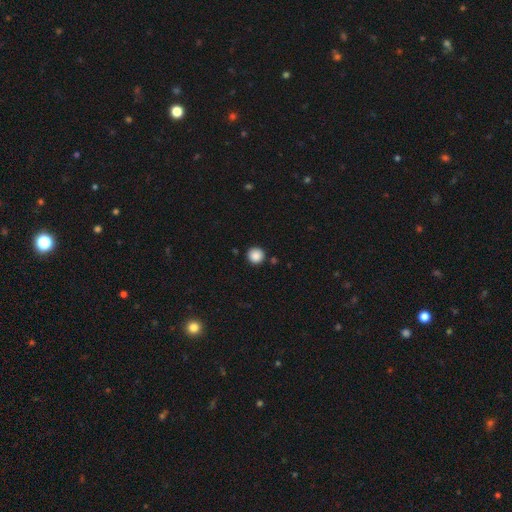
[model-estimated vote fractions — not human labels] smooth 88%, star or artifact 9%, featured or disk 3%. Down the decision tree: how rounded — round (95%); merging — none (90%).